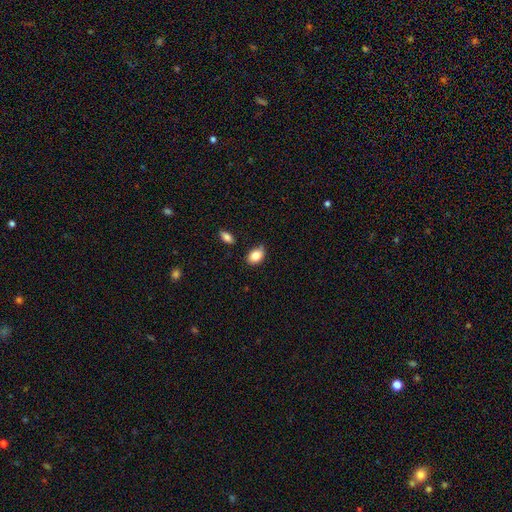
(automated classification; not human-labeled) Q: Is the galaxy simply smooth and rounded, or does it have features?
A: smooth — 84%.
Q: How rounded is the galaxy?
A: in between — 86%.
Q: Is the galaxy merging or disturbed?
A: none — 75%.